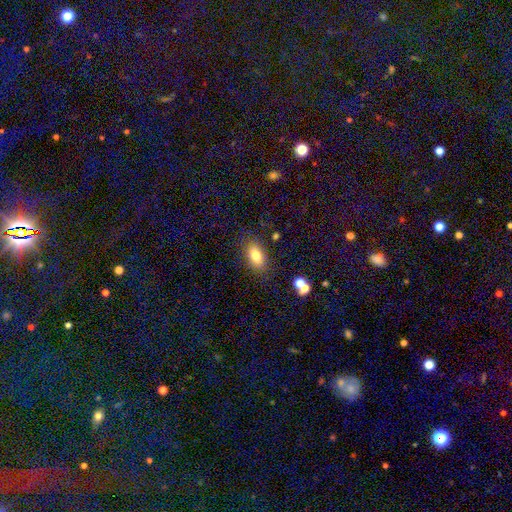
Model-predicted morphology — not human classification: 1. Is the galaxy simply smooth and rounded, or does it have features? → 79% smooth, 12% featured or disk, 9% star or artifact.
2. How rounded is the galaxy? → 89% in between, 6% round, 4% cigar-shaped.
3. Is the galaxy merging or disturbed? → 81% none, 12% minor disturbance, 4% major disturbance, 3% merger.